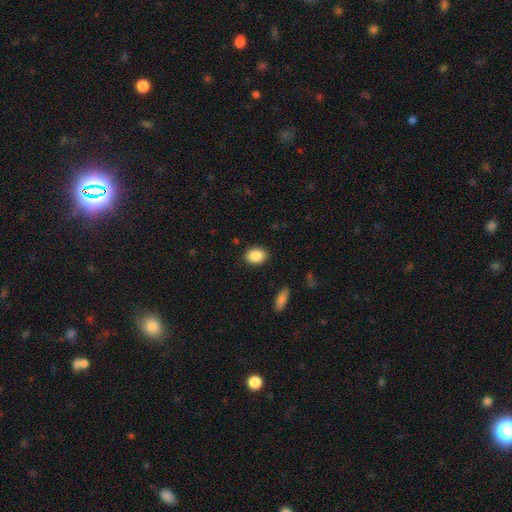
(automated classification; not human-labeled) Morphology: type=smooth (88%); roundness=in between (67%); merging=none (88%).